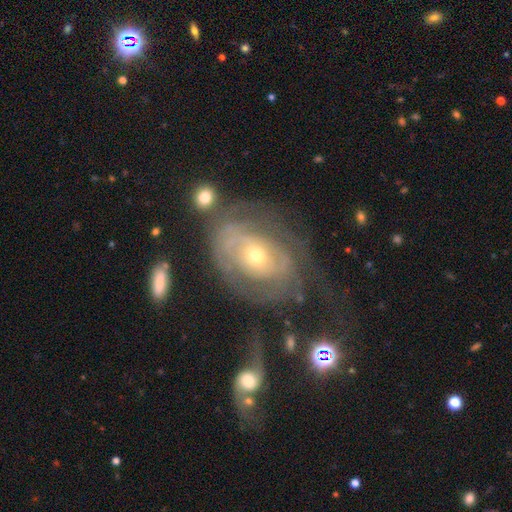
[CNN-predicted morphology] The model was most divided on "bulge size": small: 51%, moderate: 44%, large: 3%, dominant: 1%, none: 1%. Remaining: edge-on disk — no (95%); smooth or featured — featured or disk (75%); spiral arms — yes (73%); bar — no (73%); spiral winding — tight (62%); spiral arm count — can't tell (53%); merging — none (46%).